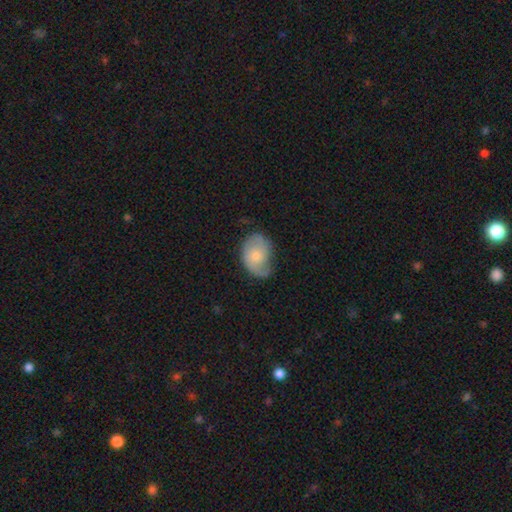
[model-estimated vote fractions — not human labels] Smooth or featured: smooth — 50% (featured or disk — 44%)
Merging: none — 46% (minor disturbance — 36%)